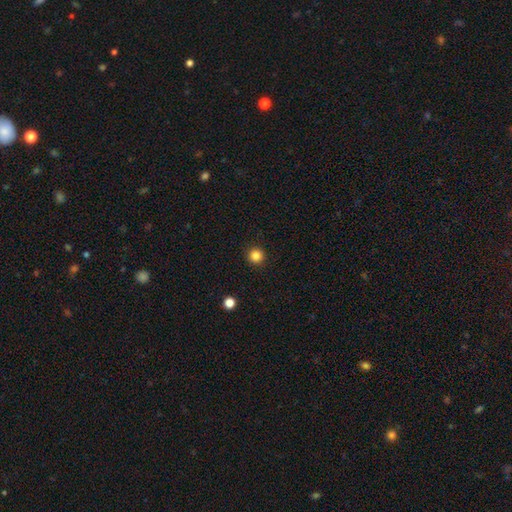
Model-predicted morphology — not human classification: type=smooth (85%); roundness=round (96%); merging=none (93%).